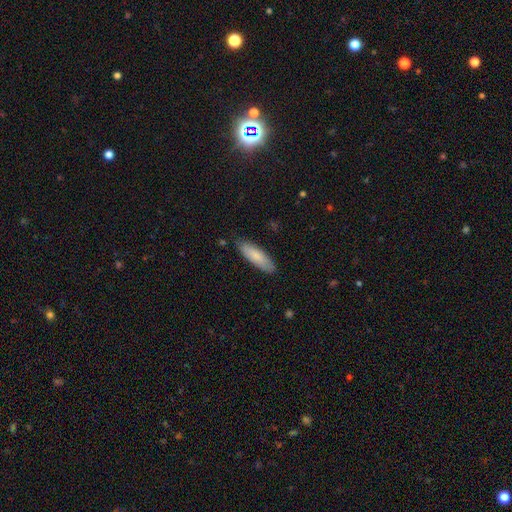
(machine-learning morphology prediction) Overall: smooth (81%). How rounded: cigar-shaped (52%; in between 47%). Merging: none (83%).